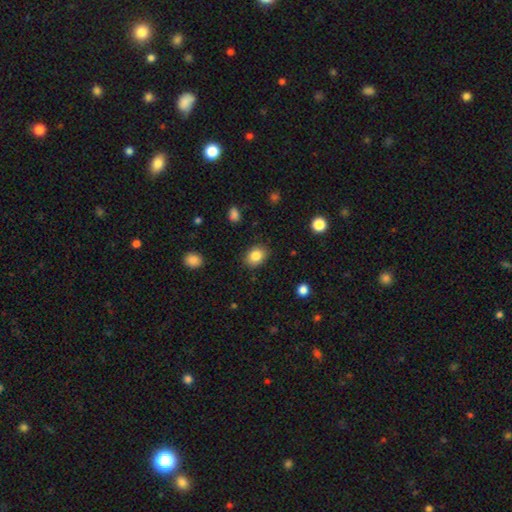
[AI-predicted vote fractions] This is clearly a smooth galaxy (84%). How rounded: possibly in between (54%). Merging: clearly none (87%).